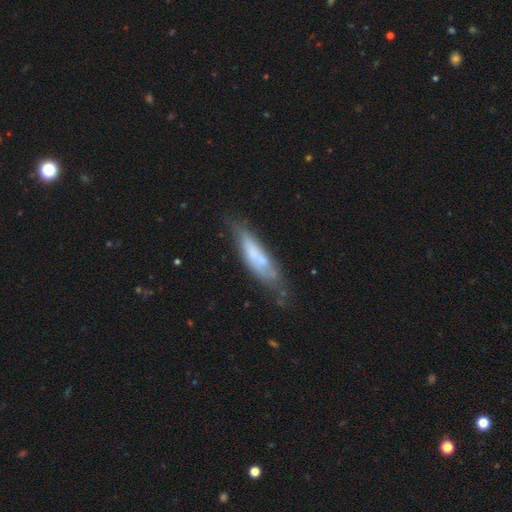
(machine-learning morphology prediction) A smooth galaxy with no disk features (52%) that is cigar-shaped (67%).

Vote fractions:
- Smooth or featured? smooth: 52% / featured or disk: 41% / star or artifact: 7%
- How rounded? cigar-shaped: 67% / in between: 31% / round: 2%
- Merging? none: 54% / minor disturbance: 29% / major disturbance: 11% / merger: 6%